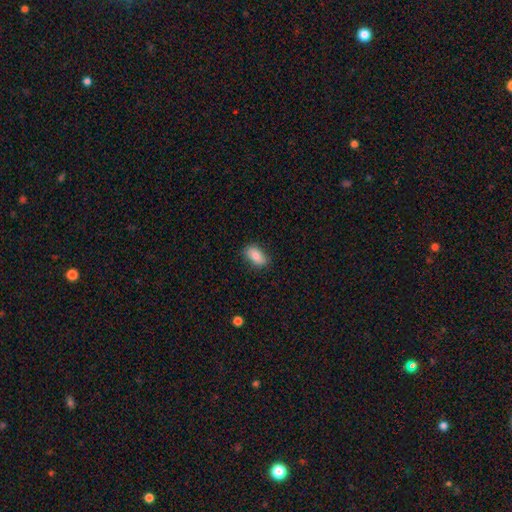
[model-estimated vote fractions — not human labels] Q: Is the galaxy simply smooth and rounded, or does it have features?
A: smooth — 82%.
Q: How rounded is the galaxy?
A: in between — 90%.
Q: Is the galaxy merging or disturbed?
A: none — 82%.